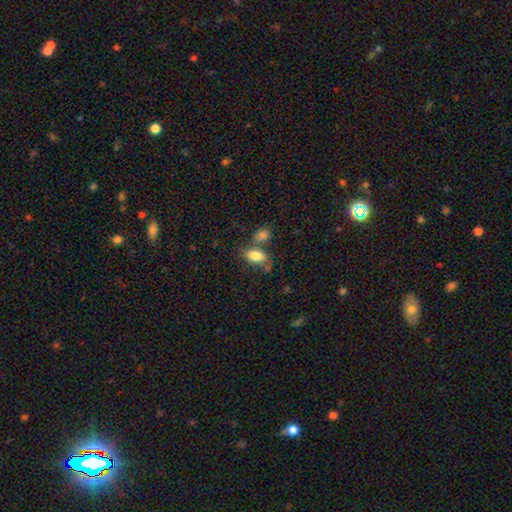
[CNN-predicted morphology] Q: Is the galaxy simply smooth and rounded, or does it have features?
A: smooth — 81%.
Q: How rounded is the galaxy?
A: in between — 88%.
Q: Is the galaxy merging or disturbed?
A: none — 53%.